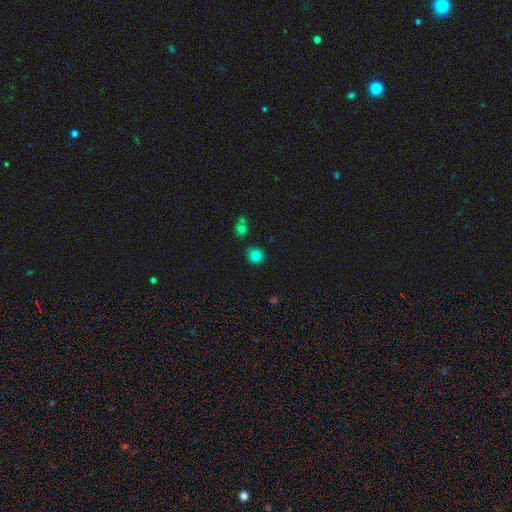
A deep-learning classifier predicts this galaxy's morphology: A smooth galaxy with no disk features (81%) that is round (88%). Merging: none (81%).